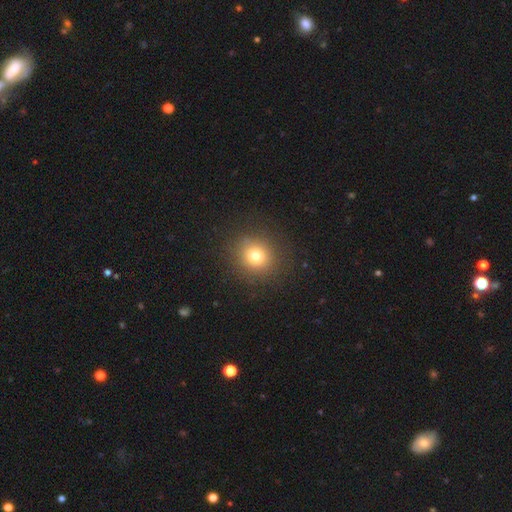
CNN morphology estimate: A smooth galaxy with no disk features (76%) that is round (87%).

Vote fractions:
- Smooth or featured? smooth: 76% / star or artifact: 15% / featured or disk: 9%
- How rounded? round: 87% / in between: 12% / cigar-shaped: 1%
- Merging? none: 88% / minor disturbance: 7% / major disturbance: 3% / merger: 1%